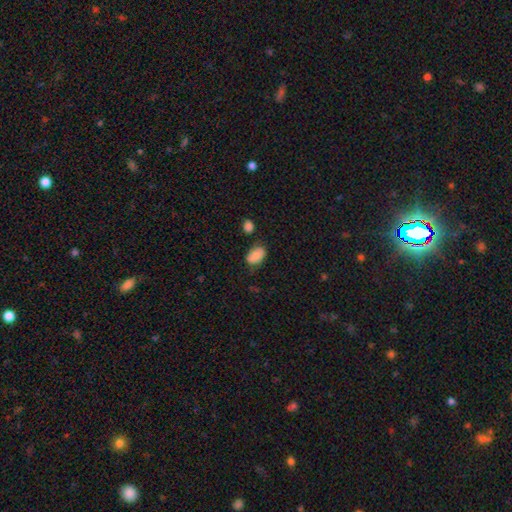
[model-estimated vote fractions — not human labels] This is clearly a smooth galaxy (87%). How rounded: clearly in between (92%). Merging: likely none (69%).